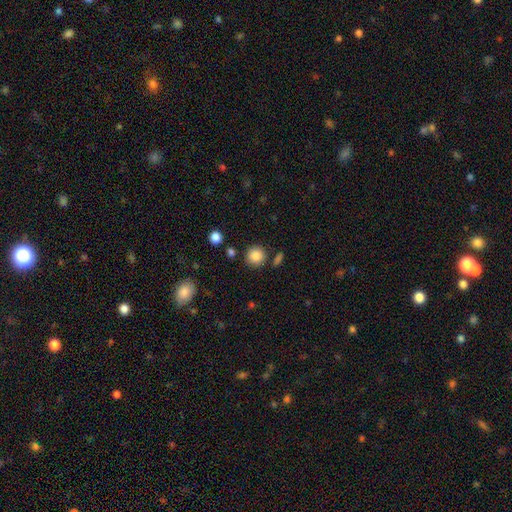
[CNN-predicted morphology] Smooth or featured: smooth — 87% (star or artifact — 10%)
How rounded: round — 92% (in between — 7%)
Merging: none — 83% (minor disturbance — 9%)